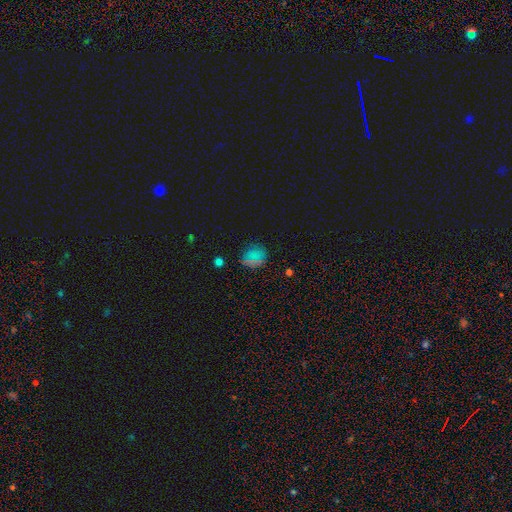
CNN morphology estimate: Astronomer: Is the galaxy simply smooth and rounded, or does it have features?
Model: smooth — 64%.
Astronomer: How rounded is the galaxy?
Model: round — 84%.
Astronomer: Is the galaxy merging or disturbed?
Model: none — 81%.